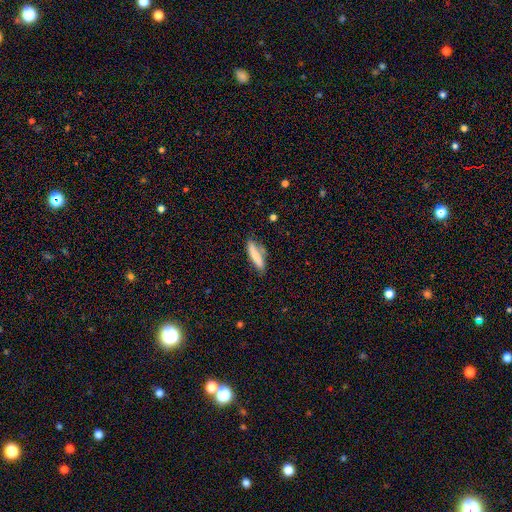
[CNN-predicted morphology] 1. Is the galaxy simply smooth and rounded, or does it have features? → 76% smooth, 18% featured or disk, 7% star or artifact.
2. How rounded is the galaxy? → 70% cigar-shaped, 28% in between, 2% round.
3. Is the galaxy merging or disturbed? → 67% none, 22% minor disturbance, 6% merger, 5% major disturbance.